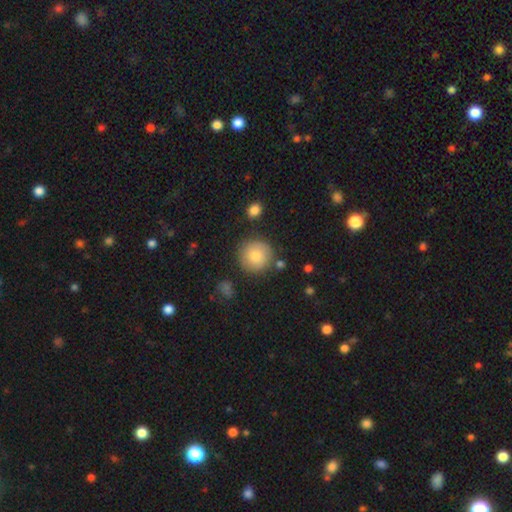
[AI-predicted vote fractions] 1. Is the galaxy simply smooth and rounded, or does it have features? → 84% smooth, 9% featured or disk, 8% star or artifact.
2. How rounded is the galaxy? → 94% round, 5% in between, 1% cigar-shaped.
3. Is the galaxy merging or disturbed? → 82% none, 11% minor disturbance, 4% merger, 3% major disturbance.